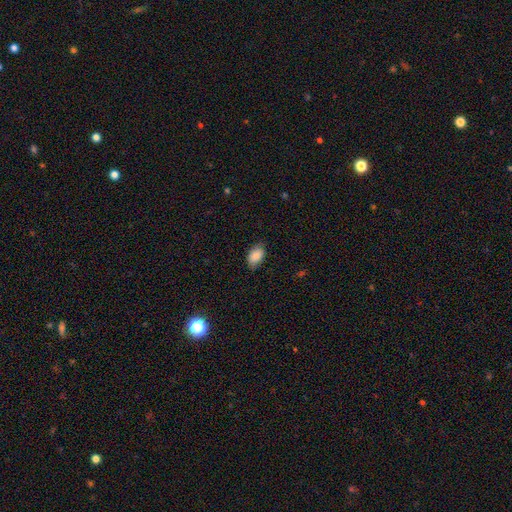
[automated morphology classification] smooth-or-featured: smooth: 85% | featured or disk: 8% | star or artifact: 7%
  how-rounded: in between: 91% | round: 7% | cigar-shaped: 2%
  merging: none: 78% | minor disturbance: 18% | major disturbance: 3% | merger: 1%